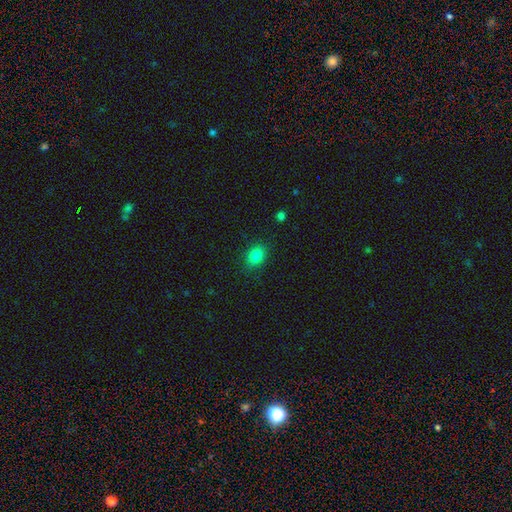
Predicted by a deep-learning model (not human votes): smooth 84%, star or artifact 11%, featured or disk 5%. Down the decision tree: how rounded — in between (60%); merging — none (87%).